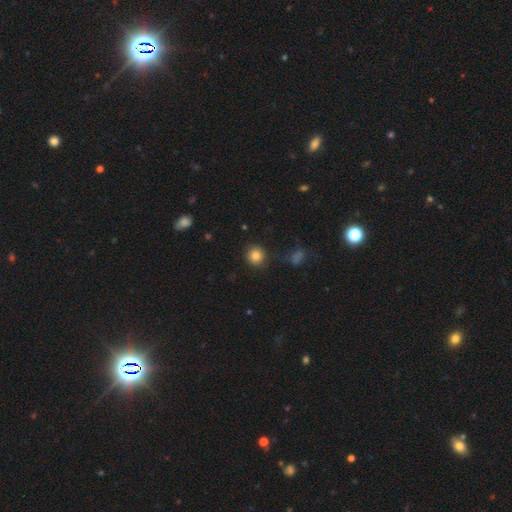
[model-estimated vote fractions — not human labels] Smooth or featured?
  - smooth: 83% *
  - star or artifact: 11%
  - featured or disk: 6%
How rounded?
  - round: 89% *
  - in between: 10%
  - cigar-shaped: 1%
Merging?
  - none: 86% *
  - minor disturbance: 8%
  - major disturbance: 3%
  - merger: 2%